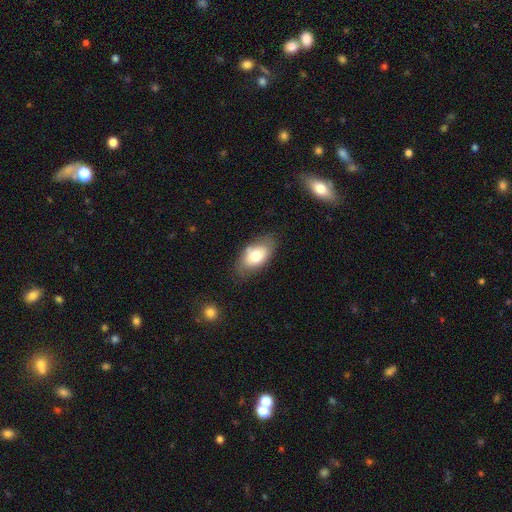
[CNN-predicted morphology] Smooth or featured?
  - smooth: 71% *
  - featured or disk: 22%
  - star or artifact: 7%
How rounded?
  - in between: 92% *
  - round: 6%
  - cigar-shaped: 2%
Merging?
  - none: 71% *
  - minor disturbance: 20%
  - major disturbance: 6%
  - merger: 3%